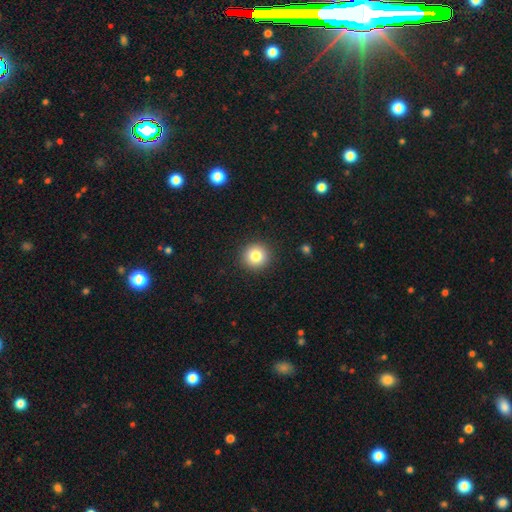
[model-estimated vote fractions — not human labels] This appears to be a smooth galaxy with no disk features (81%) that is round (94%). Merging: none (92%).